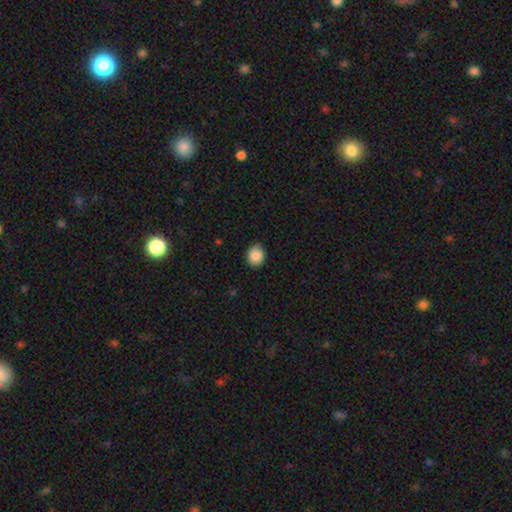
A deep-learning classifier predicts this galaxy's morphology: Smooth or featured? Predicted: smooth (p=0.88). How rounded? Predicted: round (p=0.59). Merging? Predicted: none (p=0.88).